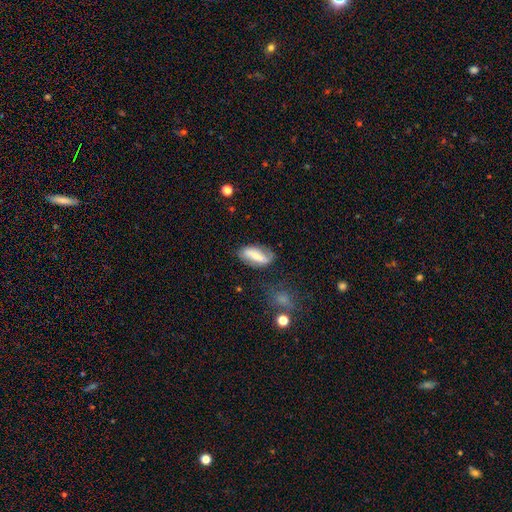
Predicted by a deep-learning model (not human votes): Smooth or featured: featured or disk — 48% (smooth — 44%)
Merging: none — 71% (minor disturbance — 20%)